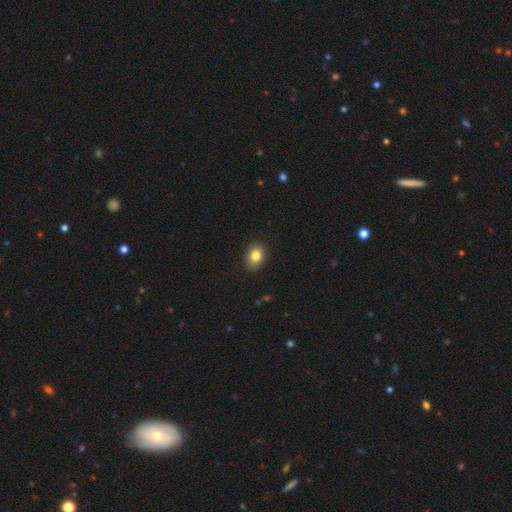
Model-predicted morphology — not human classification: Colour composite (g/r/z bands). It shows a smooth galaxy with no disk features (84%) that is in between round and cigar-shaped (72%). Merging: none (88%).